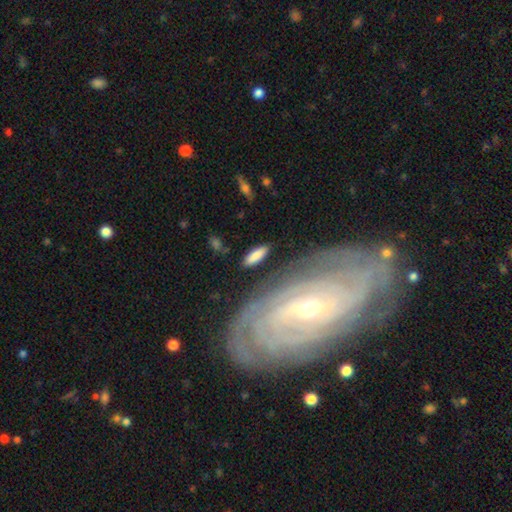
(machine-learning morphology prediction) Smooth or featured?
  - smooth: 83% *
  - featured or disk: 12%
  - star or artifact: 6%
How rounded?
  - in between: 62% *
  - cigar-shaped: 35%
  - round: 2%
Merging?
  - none: 83% *
  - minor disturbance: 11%
  - major disturbance: 3%
  - merger: 3%